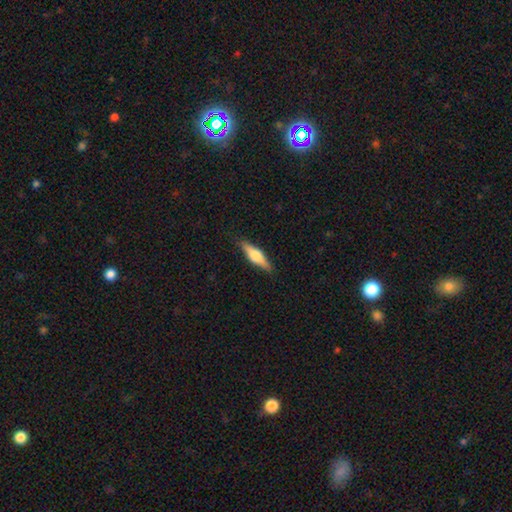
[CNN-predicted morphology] Smooth or featured? Predicted: featured or disk (p=0.48). Merging? Predicted: none (p=0.88).